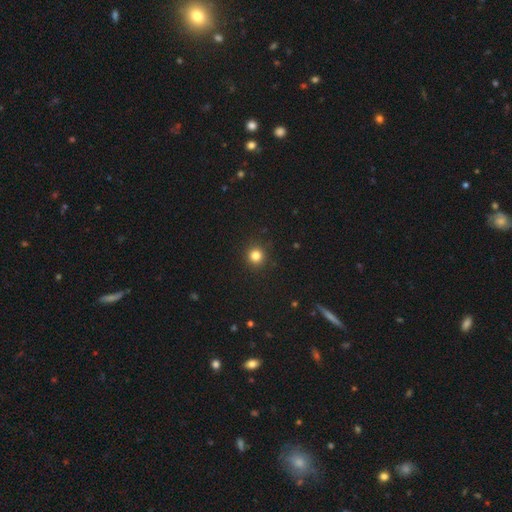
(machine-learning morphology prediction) type=smooth (83%); roundness=round (94%); merging=none (92%).